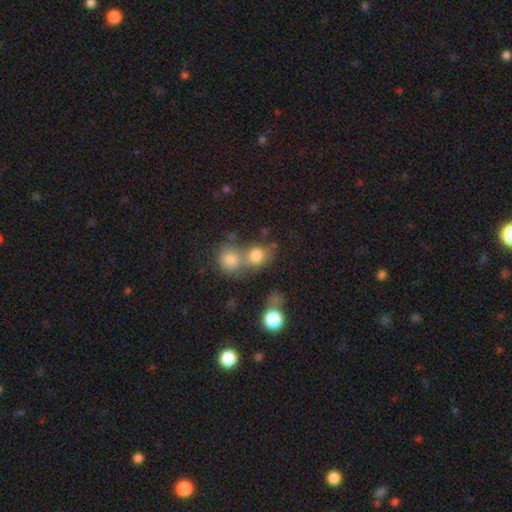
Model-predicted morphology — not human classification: smooth-or-featured: smooth: 78% | star or artifact: 13% | featured or disk: 9%
  how-rounded: round: 70% | in between: 29% | cigar-shaped: 1%
  merging: merger: 49% | none: 38% | minor disturbance: 8% | major disturbance: 4%